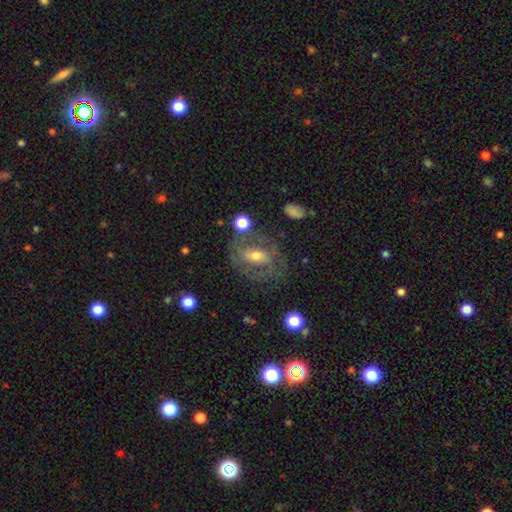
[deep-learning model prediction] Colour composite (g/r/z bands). It shows a featured or disk galaxy (68%) with a weak bar (41%), spiral arms (66%) and a moderate central bulge (58%). Merging: none (61%).